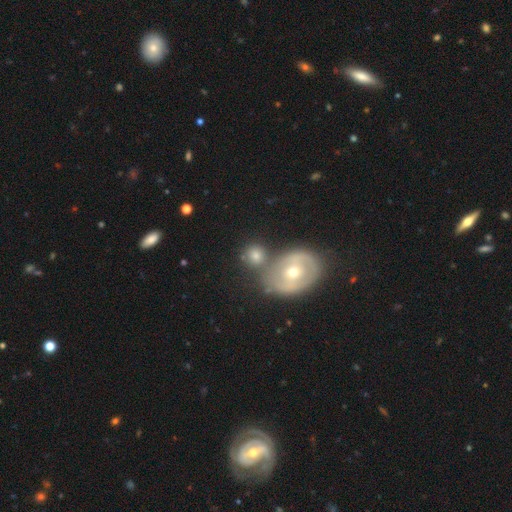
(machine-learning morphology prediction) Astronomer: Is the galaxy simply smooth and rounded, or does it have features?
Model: smooth — 66%.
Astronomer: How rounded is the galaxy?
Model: round — 79%.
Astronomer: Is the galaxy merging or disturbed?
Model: none — 54% (runner-up: merger, 30%).